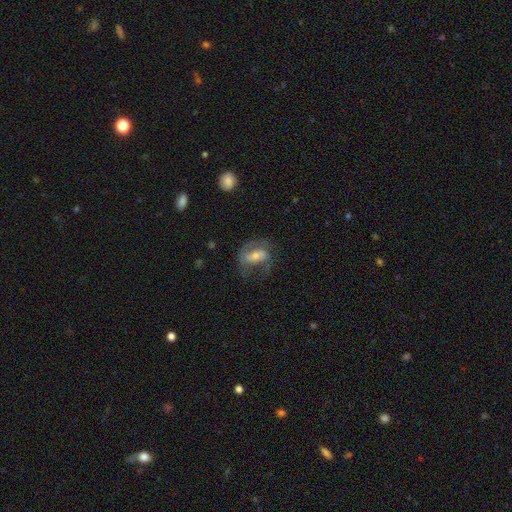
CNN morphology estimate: Q: Smooth or featured?
A: featured or disk (64%); runner-up: smooth (28%)
Q: Edge-on disk?
A: no (95%); runner-up: yes (5%)
Q: Bar?
A: weak (37%); runner-up: no (31%)
Q: Spiral arms?
A: yes (80%); runner-up: no (20%)
Q: Bulge size?
A: moderate (46%); runner-up: small (42%)
Q: Merging?
A: none (55%); runner-up: major disturbance (23%)